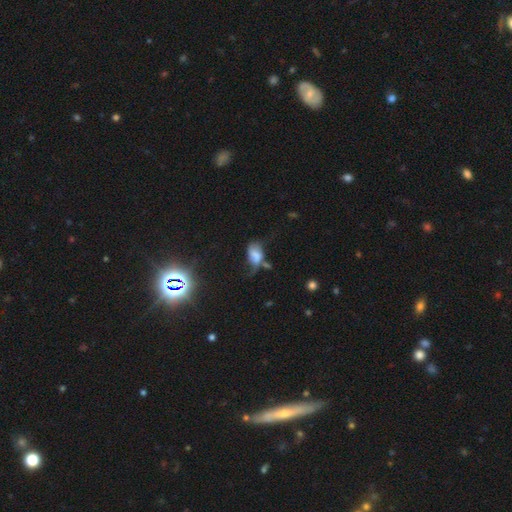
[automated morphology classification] A smooth galaxy with no disk features (55%) that is in between round and cigar-shaped (87%).

Vote fractions:
- Smooth or featured? smooth: 55% / featured or disk: 31% / star or artifact: 14%
- How rounded? in between: 87% / round: 11% / cigar-shaped: 2%
- Merging? major disturbance: 34% / minor disturbance: 29% / none: 24% / merger: 13%